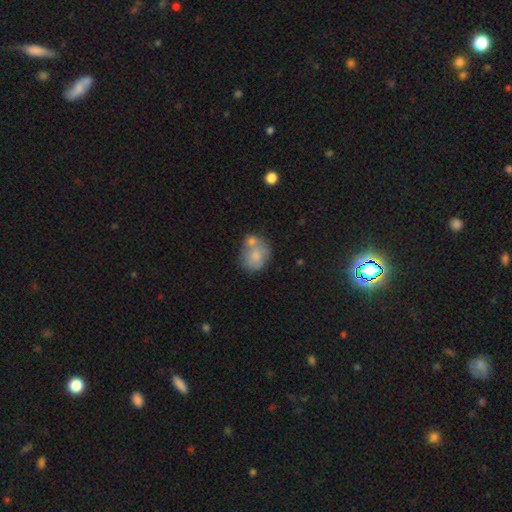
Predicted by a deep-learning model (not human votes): A smooth galaxy with no disk features (71%) that is round (63%).

Vote fractions:
- Smooth or featured? smooth: 71% / featured or disk: 22% / star or artifact: 7%
- How rounded? round: 63% / in between: 36% / cigar-shaped: 1%
- Merging? merger: 39% / none: 37% / minor disturbance: 17% / major disturbance: 6%